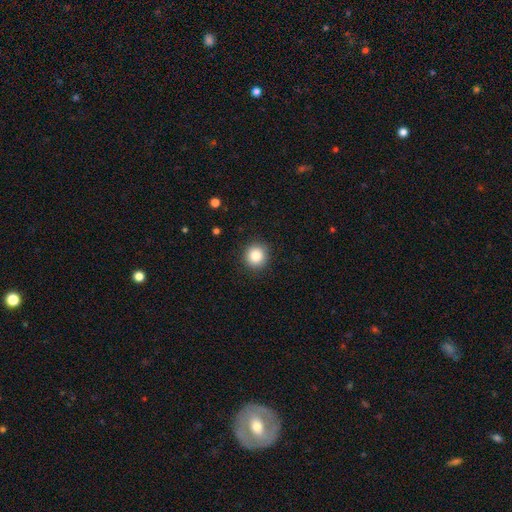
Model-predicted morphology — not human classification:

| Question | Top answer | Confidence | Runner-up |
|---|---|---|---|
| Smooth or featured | smooth | 85% | star or artifact (10%) |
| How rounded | round | 91% | in between (8%) |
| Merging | none | 90% | minor disturbance (7%) |